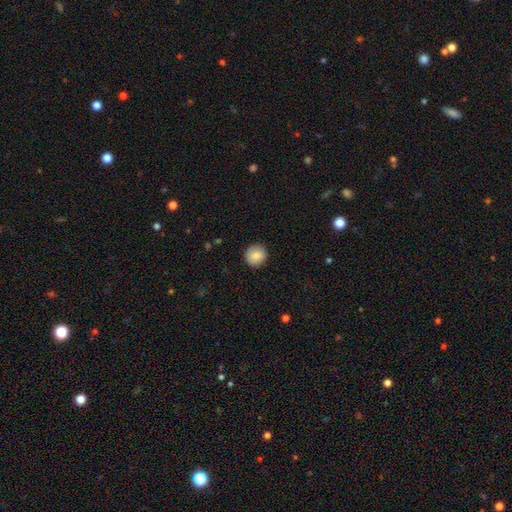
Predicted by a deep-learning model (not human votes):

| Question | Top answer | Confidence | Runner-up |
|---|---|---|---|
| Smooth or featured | smooth | 83% | featured or disk (9%) |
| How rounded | round | 92% | in between (7%) |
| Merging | none | 90% | minor disturbance (7%) |